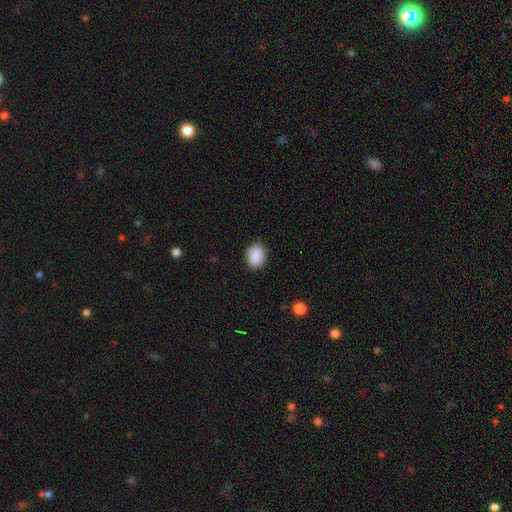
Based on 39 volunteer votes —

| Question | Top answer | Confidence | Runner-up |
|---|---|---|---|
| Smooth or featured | smooth | 90% | star or artifact (10%) |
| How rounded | in between | 74% | round (23%) |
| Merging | none | 91% | minor disturbance (6%) |